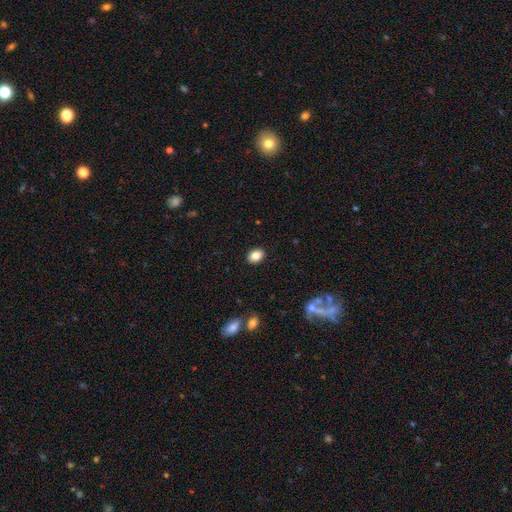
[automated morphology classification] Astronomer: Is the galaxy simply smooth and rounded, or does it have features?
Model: smooth — 86%.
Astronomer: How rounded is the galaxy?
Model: in between — 70%.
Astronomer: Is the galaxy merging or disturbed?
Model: none — 90%.